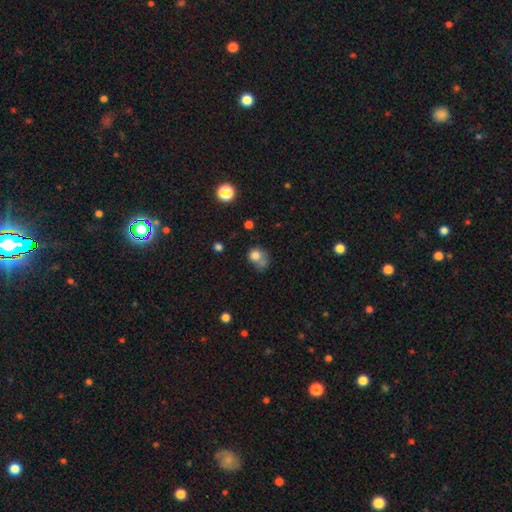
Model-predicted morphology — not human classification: This appears to be a smooth galaxy with no disk features (77%) that is round (74%). Merging: none (38%).